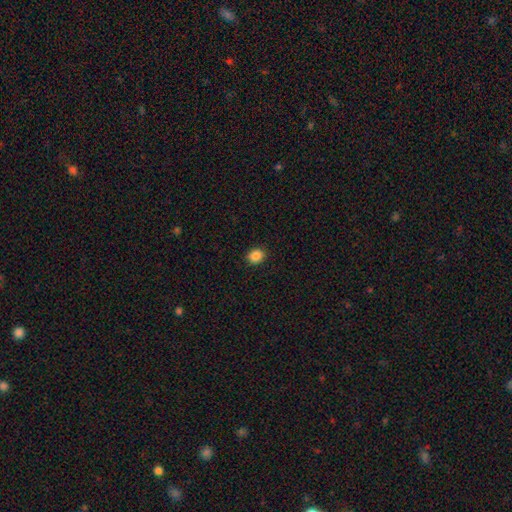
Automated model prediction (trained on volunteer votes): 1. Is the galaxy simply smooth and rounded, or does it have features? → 87% smooth, 10% star or artifact, 4% featured or disk.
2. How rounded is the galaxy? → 61% round, 38% in between, 1% cigar-shaped.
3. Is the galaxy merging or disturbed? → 91% none, 7% minor disturbance, 2% major disturbance, 1% merger.